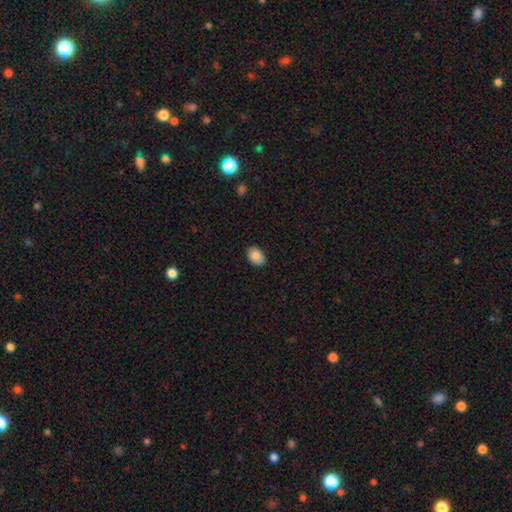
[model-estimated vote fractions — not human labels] Smooth or featured?
  - smooth: 81% *
  - featured or disk: 11%
  - star or artifact: 8%
How rounded?
  - in between: 76% *
  - round: 23%
  - cigar-shaped: 1%
Merging?
  - none: 86% *
  - minor disturbance: 11%
  - major disturbance: 2%
  - merger: 1%